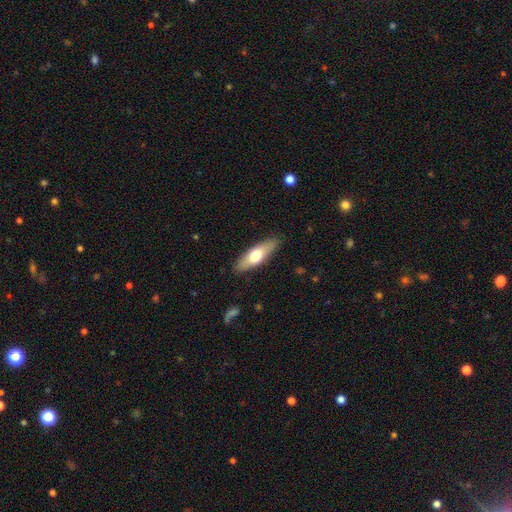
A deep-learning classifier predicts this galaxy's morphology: This is possibly a smooth galaxy (59%). How rounded: possibly cigar-shaped (51%). Merging: clearly none (87%).